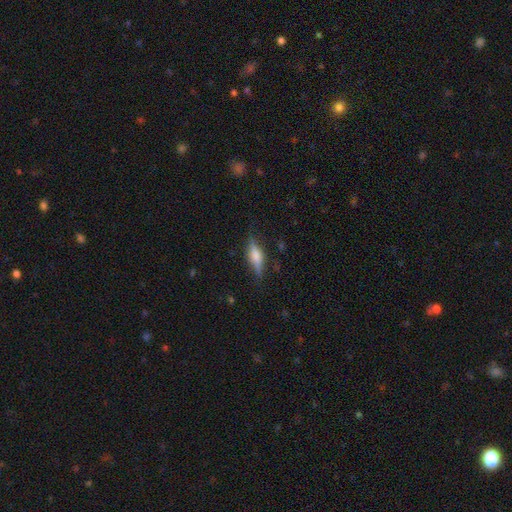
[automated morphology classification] The model was most divided on "smooth or featured": featured or disk: 48%, smooth: 45%, star or artifact: 8%. More confident: merging — none (79%).